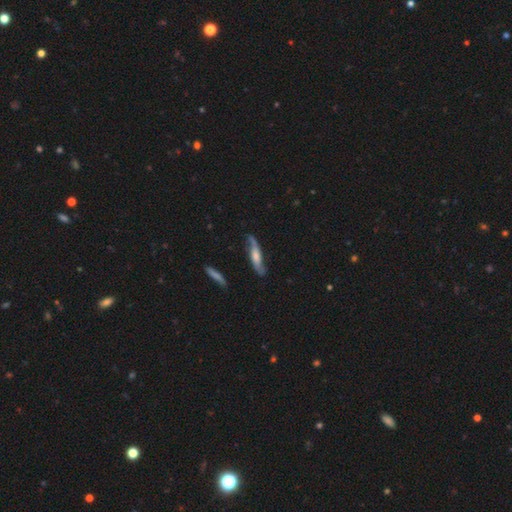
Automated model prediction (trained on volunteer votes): Overall: featured or disk (74%). Edge-on disk: no (67%; yes 33%). Merging: none (75%).